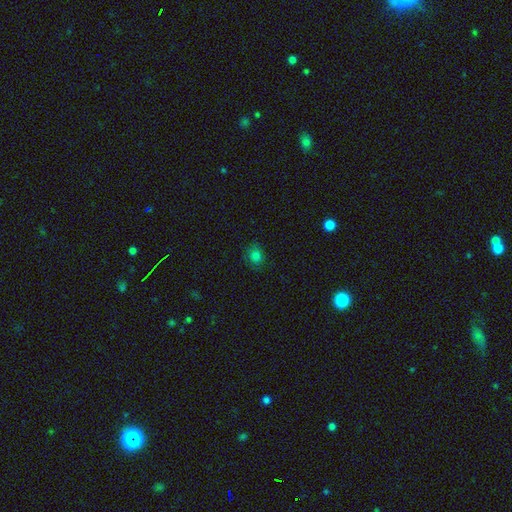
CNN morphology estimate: A smooth galaxy with no disk features (79%) that is round (63%). Merging: none (81%).